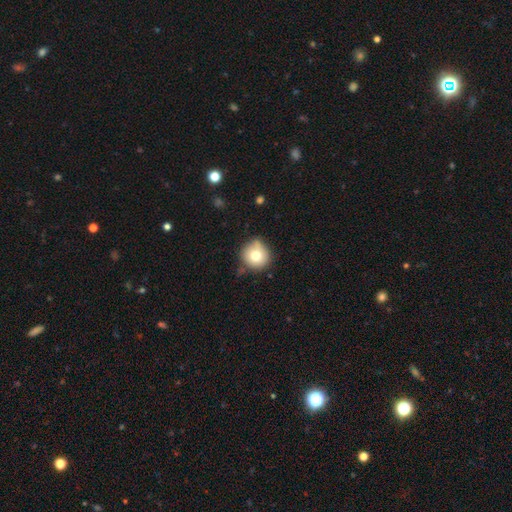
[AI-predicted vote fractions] Smooth or featured?
  - smooth: 75% *
  - featured or disk: 14%
  - star or artifact: 10%
How rounded?
  - round: 93% *
  - in between: 6%
  - cigar-shaped: 1%
Merging?
  - none: 69% *
  - minor disturbance: 22%
  - merger: 5%
  - major disturbance: 5%